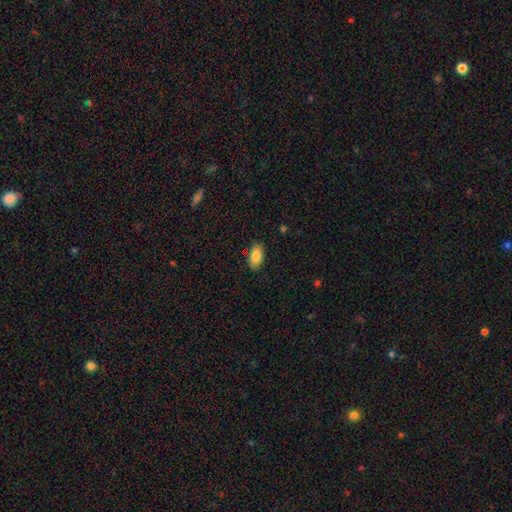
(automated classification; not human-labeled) Morphology: type=smooth (86%); roundness=in between (93%); merging=none (86%).